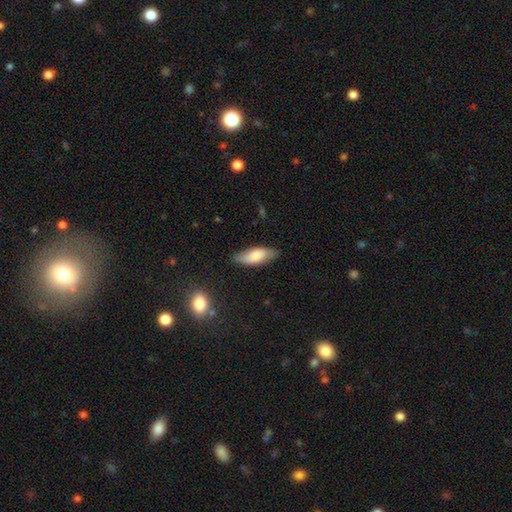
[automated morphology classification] The model was most divided on "how rounded": in between: 70%, cigar-shaped: 28%, round: 2%. More confident: merging — none (80%); smooth or featured — smooth (75%).